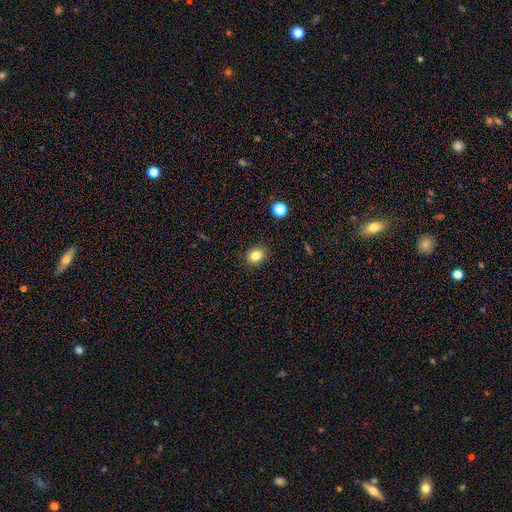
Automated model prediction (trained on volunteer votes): Smooth or featured? Predicted: smooth (p=0.82). How rounded? Predicted: round (p=0.53). Merging? Predicted: none (p=0.90).